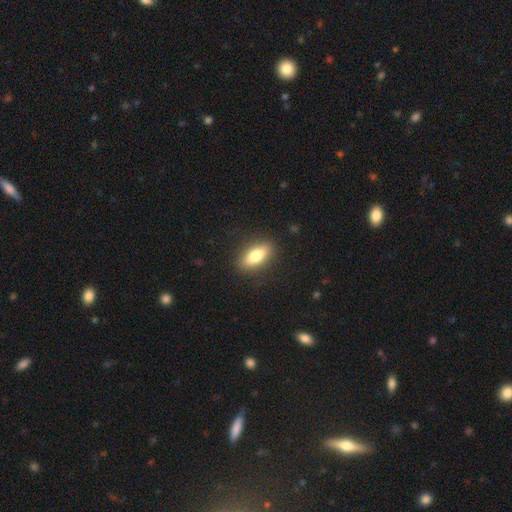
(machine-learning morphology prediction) Smooth or featured?
  - smooth: 76% *
  - featured or disk: 17%
  - star or artifact: 7%
How rounded?
  - in between: 80% *
  - cigar-shaped: 15%
  - round: 4%
Merging?
  - none: 87% *
  - minor disturbance: 9%
  - major disturbance: 3%
  - merger: 1%